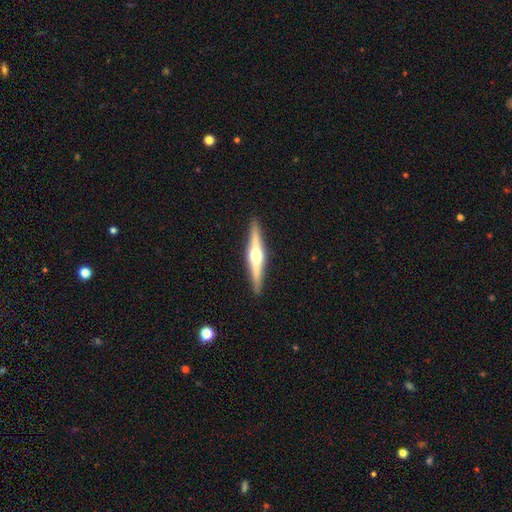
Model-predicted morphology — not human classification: Smooth or featured: featured or disk — 74% (smooth — 21%)
Edge-on disk: yes — 98% (no — 2%)
Edge-on bulge: rounded — 95% (boxy — 3%)
Merging: none — 91% (minor disturbance — 6%)